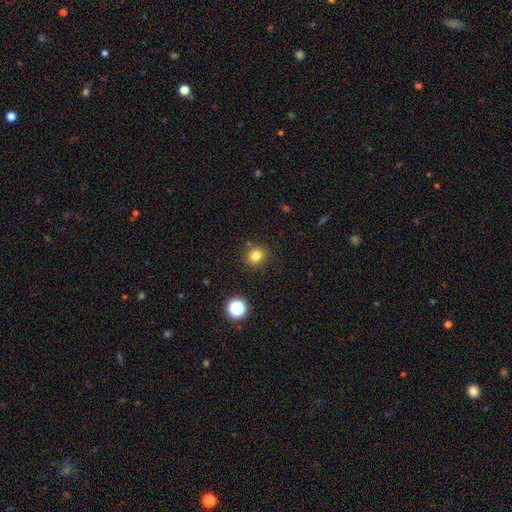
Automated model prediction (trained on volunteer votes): Morphology: type=smooth (81%); roundness=round (78%); merging=none (87%).